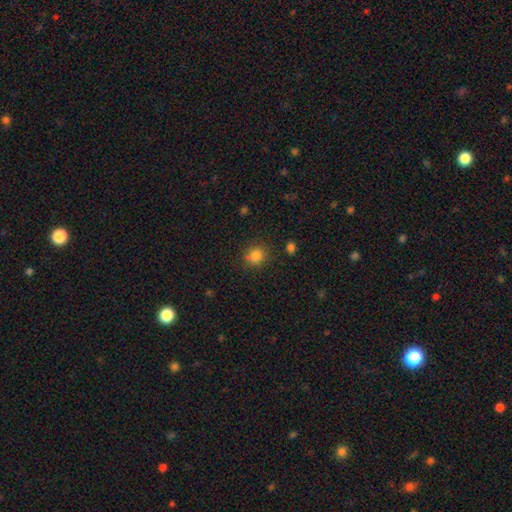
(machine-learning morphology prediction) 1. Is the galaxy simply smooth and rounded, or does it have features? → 83% smooth, 12% star or artifact, 5% featured or disk.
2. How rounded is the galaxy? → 84% round, 15% in between, 1% cigar-shaped.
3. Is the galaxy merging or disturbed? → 82% none, 10% minor disturbance, 4% merger, 3% major disturbance.